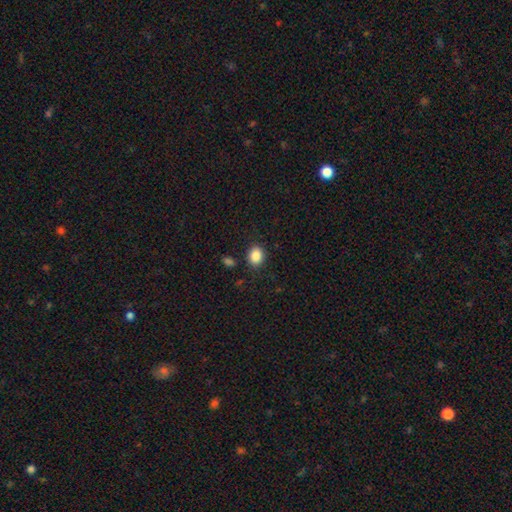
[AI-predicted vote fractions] smooth_or_featured: smooth (p=0.86) [alt: star or artifact p=0.09]
how_rounded: round (p=0.51) [alt: in between p=0.48]
merging: none (p=0.84) [alt: minor disturbance p=0.10]